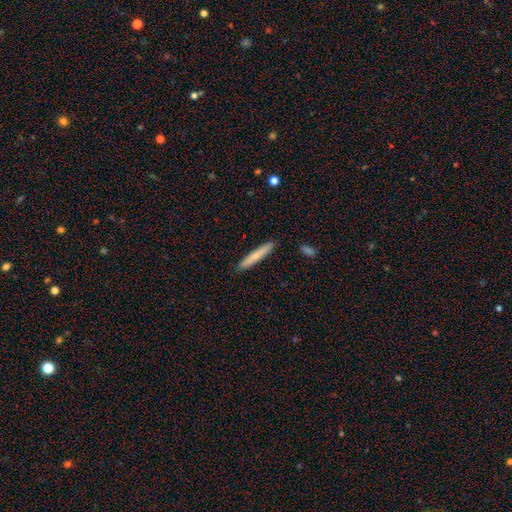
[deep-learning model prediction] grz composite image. It shows a smooth galaxy with no disk features (68%) that is cigar-shaped (94%). Merging: none (90%).